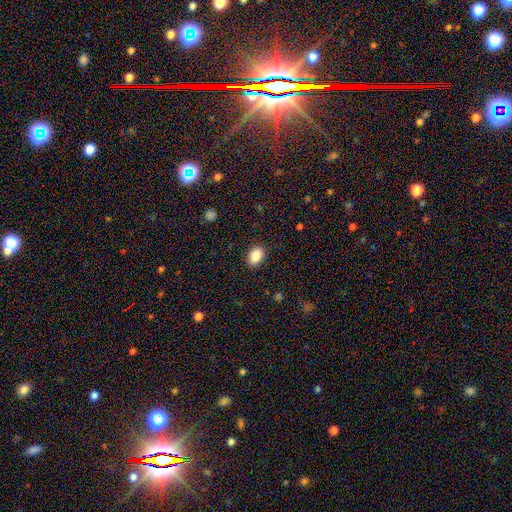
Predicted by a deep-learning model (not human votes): Overall: smooth (87%). How rounded: in between (85%). Merging: none (88%).